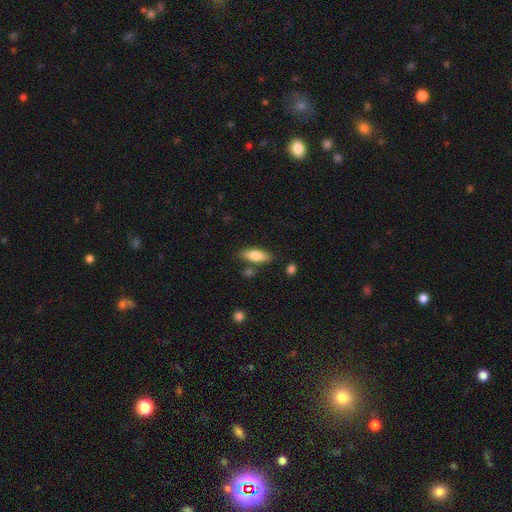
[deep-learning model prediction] Overall: smooth (77%). How rounded: in between (71%). Merging: none (77%).